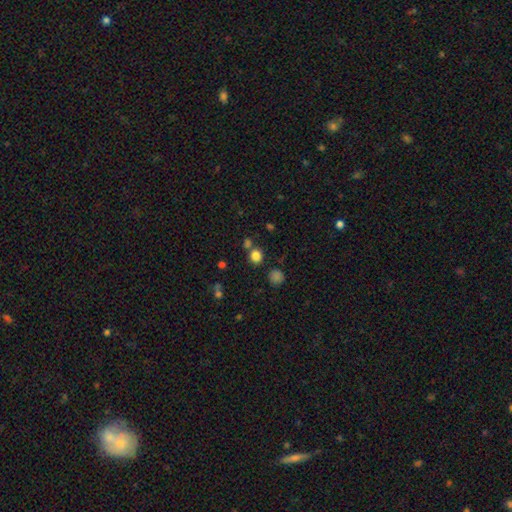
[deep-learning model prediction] The model was most divided on "merging": none: 72%, merger: 17%, minor disturbance: 8%, major disturbance: 3%. More confident: how rounded — round (84%); smooth or featured — smooth (80%).